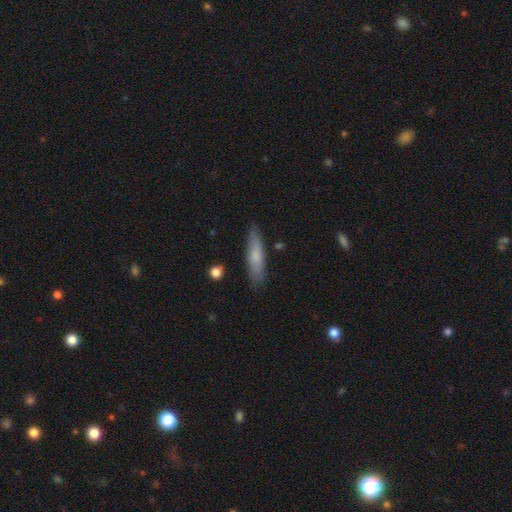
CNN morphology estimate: type=smooth (73%); roundness=cigar-shaped (76%); merging=none (84%).